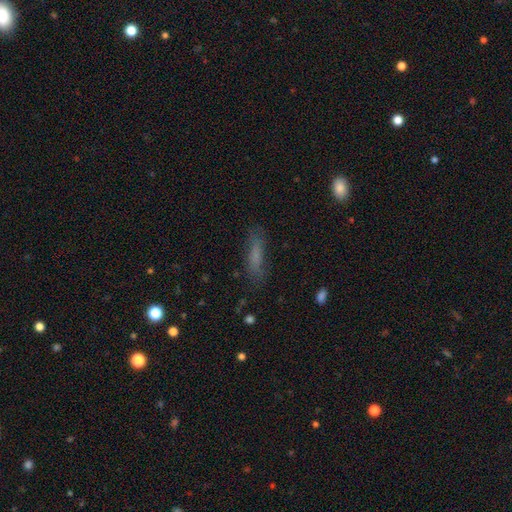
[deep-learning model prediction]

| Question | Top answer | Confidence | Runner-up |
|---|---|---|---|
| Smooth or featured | smooth | 66% | featured or disk (21%) |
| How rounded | cigar-shaped | 70% | in between (28%) |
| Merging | none | 76% | minor disturbance (16%) |